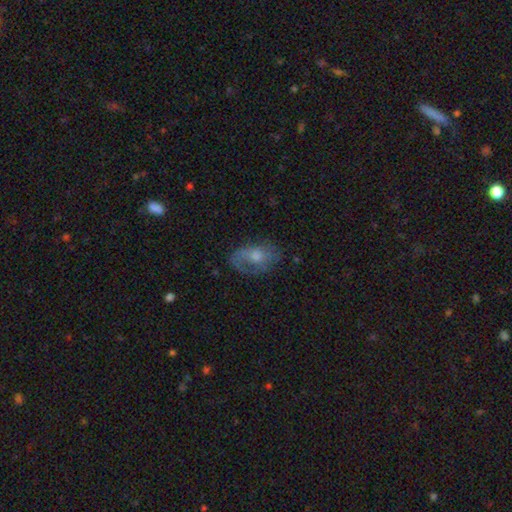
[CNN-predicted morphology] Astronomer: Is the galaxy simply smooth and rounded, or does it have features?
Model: featured or disk — 55% (runner-up: smooth, 35%).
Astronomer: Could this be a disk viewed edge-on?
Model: no — 94%.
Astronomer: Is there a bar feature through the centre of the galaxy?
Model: no — 72%.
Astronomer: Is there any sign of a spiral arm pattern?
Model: yes — 71%.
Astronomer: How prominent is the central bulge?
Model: moderate — 59%.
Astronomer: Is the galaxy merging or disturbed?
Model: none — 61%.